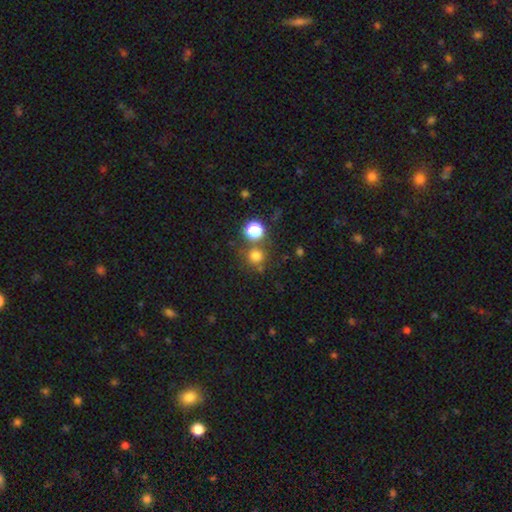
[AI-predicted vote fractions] Smooth or featured? smooth (72%)
How rounded? round (91%)
Merging? none (71%)